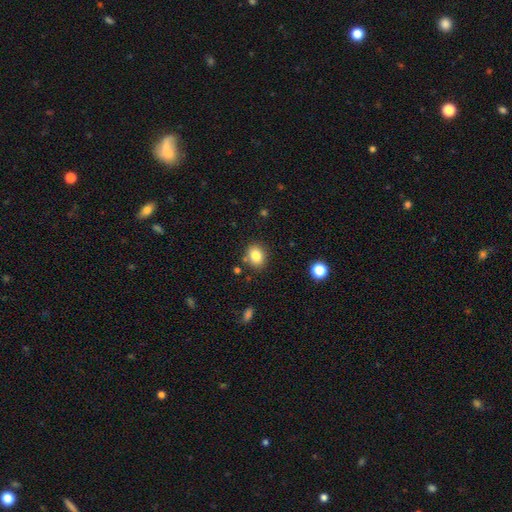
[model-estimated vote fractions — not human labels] The model was most divided on "how rounded": round: 51%, in between: 48%, cigar-shaped: 1%. More confident: smooth or featured — smooth (82%); merging — none (82%).